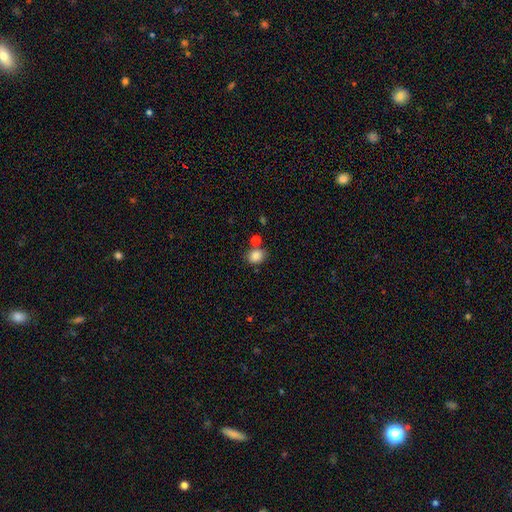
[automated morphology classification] Smooth or featured? smooth (85%)
How rounded? round (50%)
Merging? none (68%)